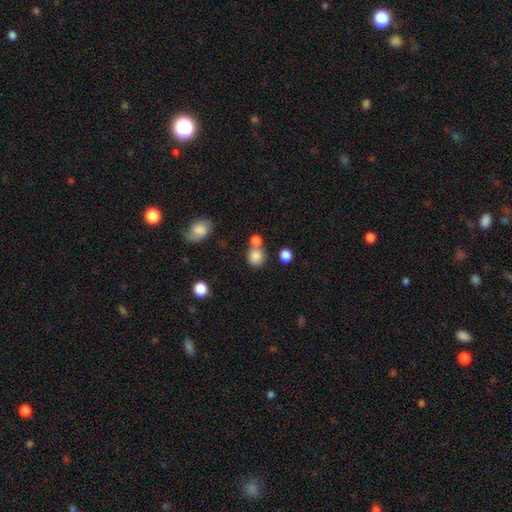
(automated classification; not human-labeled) This is clearly a smooth galaxy (83%). How rounded: clearly round (81%). Merging: possibly none (55%).